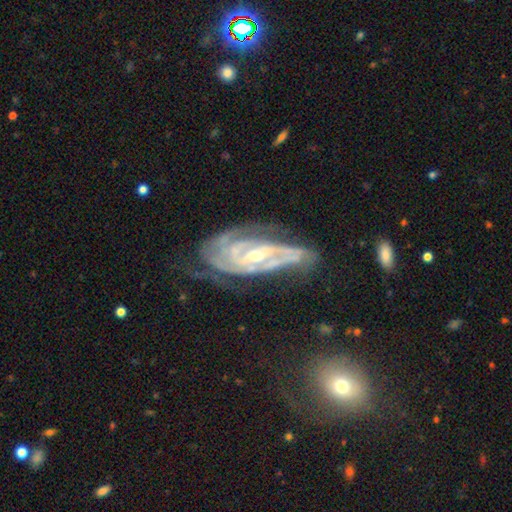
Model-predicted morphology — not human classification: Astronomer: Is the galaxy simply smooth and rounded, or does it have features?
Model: featured or disk — 89%.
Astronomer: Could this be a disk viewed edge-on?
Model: no — 92%.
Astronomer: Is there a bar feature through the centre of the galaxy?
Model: weak — 38% (runner-up: no, 34%).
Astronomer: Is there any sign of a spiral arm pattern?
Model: yes — 97%.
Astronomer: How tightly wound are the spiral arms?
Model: tight — 71%.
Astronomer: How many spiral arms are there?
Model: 2 — 29%, tied with 3 at 29%.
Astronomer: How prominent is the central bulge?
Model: moderate — 48% (runner-up: small, 47%).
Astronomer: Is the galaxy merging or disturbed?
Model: none — 62%.